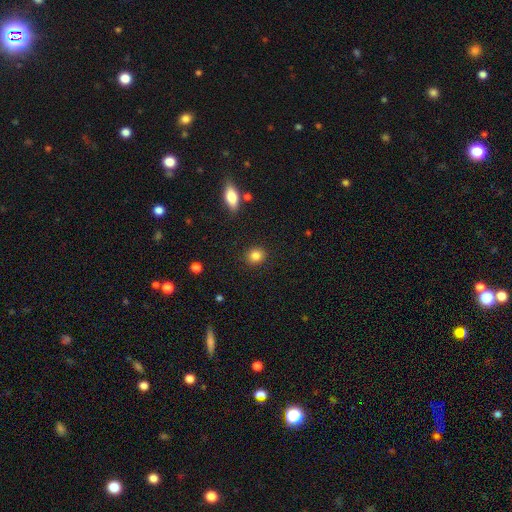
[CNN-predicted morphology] type=smooth (84%); roundness=round (81%); merging=none (90%).